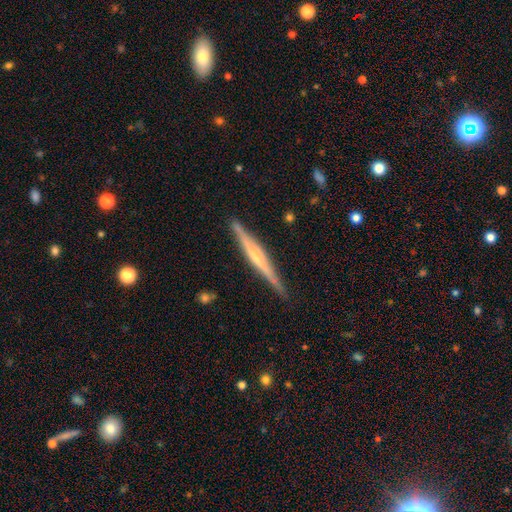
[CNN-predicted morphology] Q: Smooth or featured?
A: featured or disk (73%); runner-up: smooth (21%)
Q: Edge-on disk?
A: yes (98%); runner-up: no (2%)
Q: Edge-on bulge?
A: rounded (67%); runner-up: none (22%)
Q: Merging?
A: none (90%); runner-up: minor disturbance (7%)